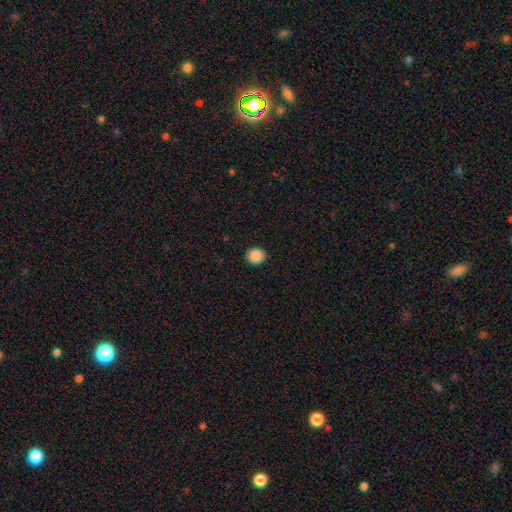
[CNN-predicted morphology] The model was most divided on "how rounded": round: 86%, in between: 13%, cigar-shaped: 1%. More confident: merging — none (92%); smooth or featured — smooth (88%).